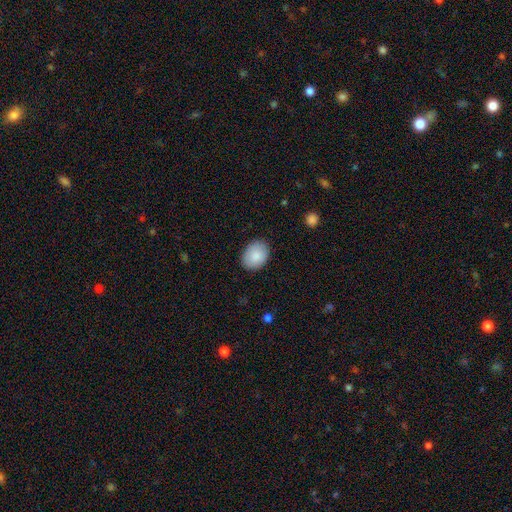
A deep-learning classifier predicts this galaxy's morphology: A smooth galaxy with no disk features (87%) that is in between round and cigar-shaped (70%).

Vote fractions:
- Smooth or featured? smooth: 87% / featured or disk: 6% / star or artifact: 6%
- How rounded? in between: 70% / round: 29% / cigar-shaped: 1%
- Merging? none: 86% / minor disturbance: 11% / major disturbance: 2% / merger: 1%